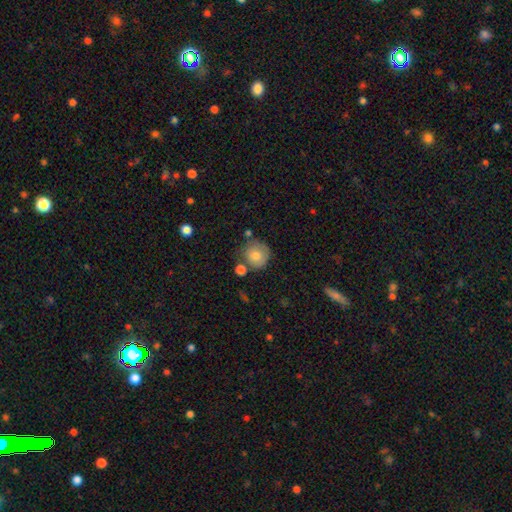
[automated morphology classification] smooth_or_featured: smooth (p=0.74) [alt: featured or disk p=0.18]
how_rounded: round (p=0.90) [alt: in between p=0.09]
merging: none (p=0.66) [alt: minor disturbance p=0.18]